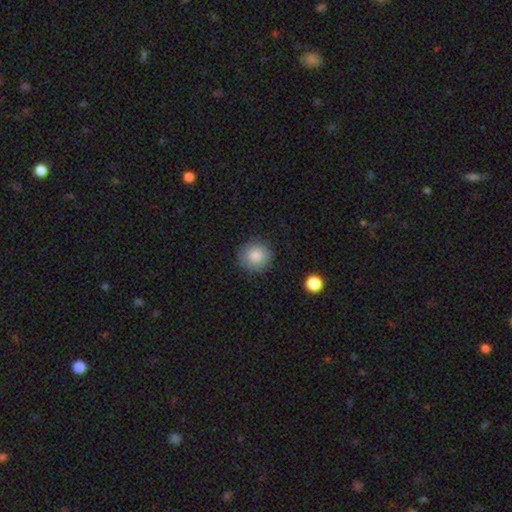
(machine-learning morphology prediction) Smooth or featured: smooth — 85% (star or artifact — 8%)
How rounded: round — 92% (in between — 7%)
Merging: none — 87% (minor disturbance — 9%)